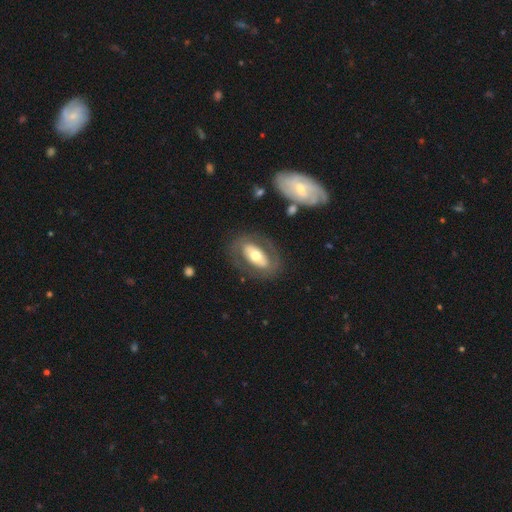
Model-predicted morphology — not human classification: This appears to be a featured or disk galaxy (56%). Merging: none (77%).